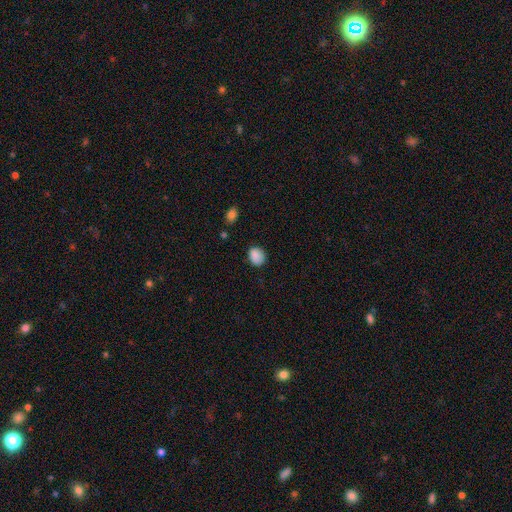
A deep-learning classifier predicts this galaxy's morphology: smooth_or_featured: smooth (p=0.87) [alt: star or artifact p=0.09]
how_rounded: round (p=0.52) [alt: in between p=0.47]
merging: none (p=0.76) [alt: minor disturbance p=0.18]